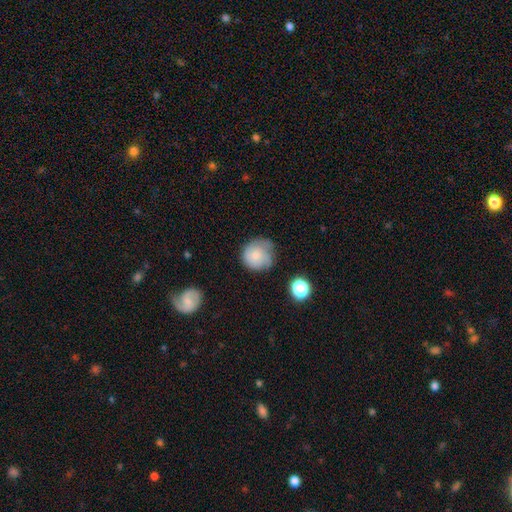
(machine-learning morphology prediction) Smooth or featured?
  - smooth: 56% *
  - featured or disk: 35%
  - star or artifact: 9%
How rounded?
  - round: 85% *
  - in between: 14%
  - cigar-shaped: 1%
Merging?
  - none: 54% *
  - minor disturbance: 30%
  - major disturbance: 12%
  - merger: 3%